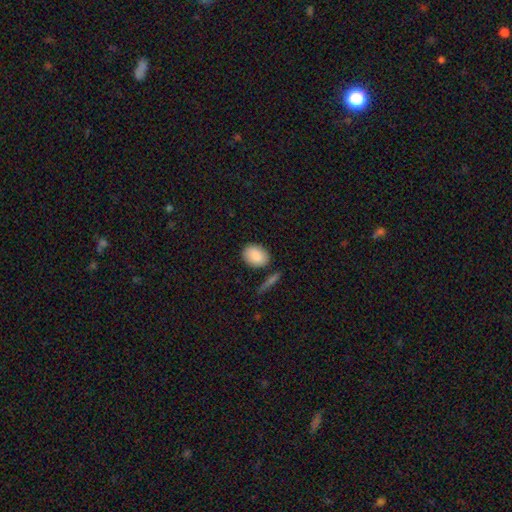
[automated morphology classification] This appears to be a smooth galaxy with no disk features (87%) that is in between round and cigar-shaped (72%). Merging: none (80%).